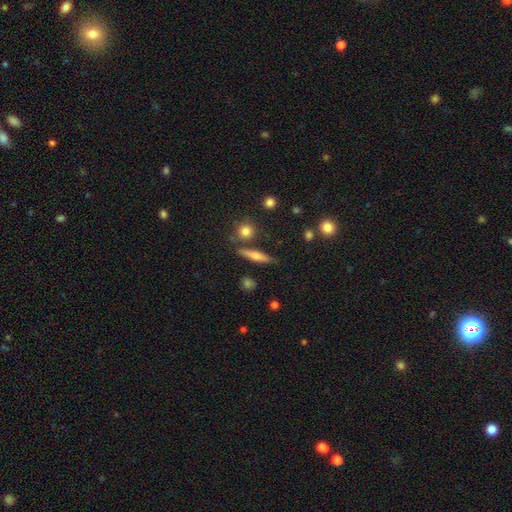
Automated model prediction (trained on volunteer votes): Smooth or featured?
  - smooth: 50% *
  - featured or disk: 42%
  - star or artifact: 8%
Merging?
  - none: 80% *
  - minor disturbance: 11%
  - merger: 6%
  - major disturbance: 3%